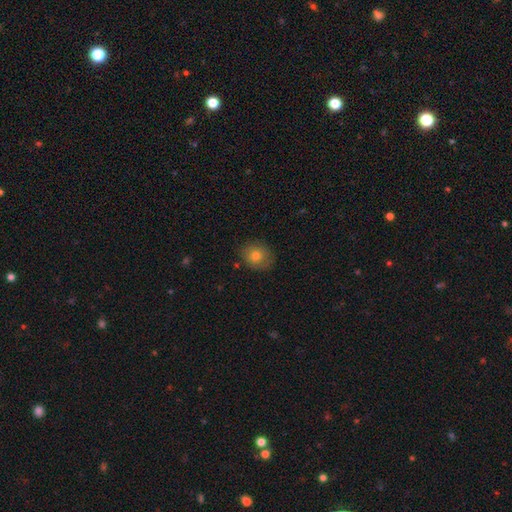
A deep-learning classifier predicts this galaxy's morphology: smooth 76%, featured or disk 14%, star or artifact 10%. Down the decision tree: how rounded — round (74%); merging — none (82%).